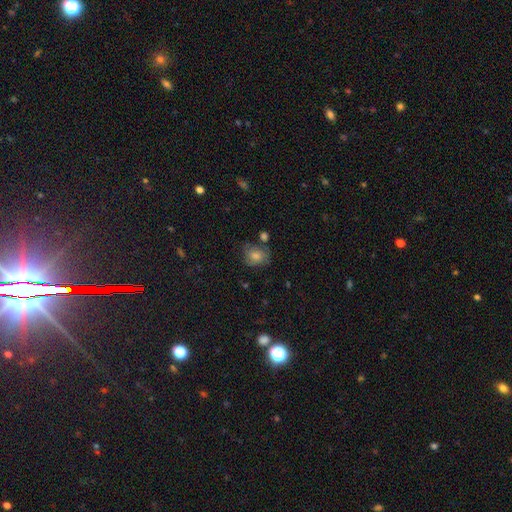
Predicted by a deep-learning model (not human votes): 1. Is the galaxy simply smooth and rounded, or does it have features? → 52% smooth, 30% featured or disk, 19% star or artifact.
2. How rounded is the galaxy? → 63% round, 36% in between, 1% cigar-shaped.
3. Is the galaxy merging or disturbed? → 68% none, 19% minor disturbance, 8% major disturbance, 5% merger.